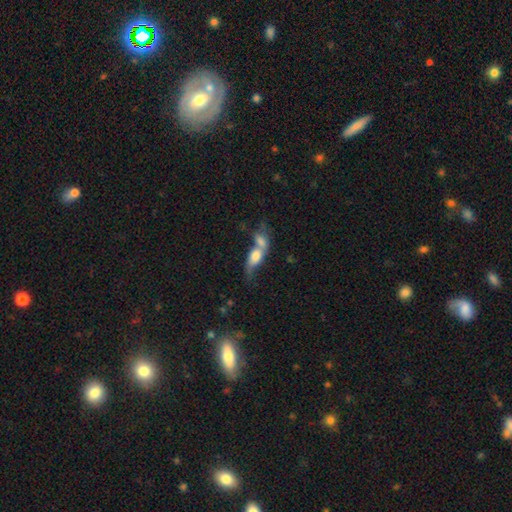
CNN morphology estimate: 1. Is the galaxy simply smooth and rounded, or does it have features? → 58% smooth, 33% featured or disk, 9% star or artifact.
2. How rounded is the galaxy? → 72% in between, 14% cigar-shaped, 13% round.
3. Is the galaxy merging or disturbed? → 71% merger, 13% none, 9% major disturbance, 7% minor disturbance.